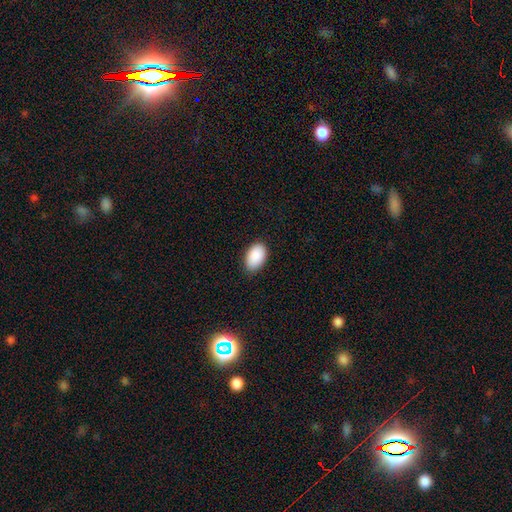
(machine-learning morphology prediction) A smooth galaxy with no disk features (91%) that is in between round and cigar-shaped (94%).

Vote fractions:
- Smooth or featured? smooth: 91% / star or artifact: 6% / featured or disk: 3%
- How rounded? in between: 94% / round: 5% / cigar-shaped: 1%
- Merging? none: 86% / minor disturbance: 11% / major disturbance: 2% / merger: 1%